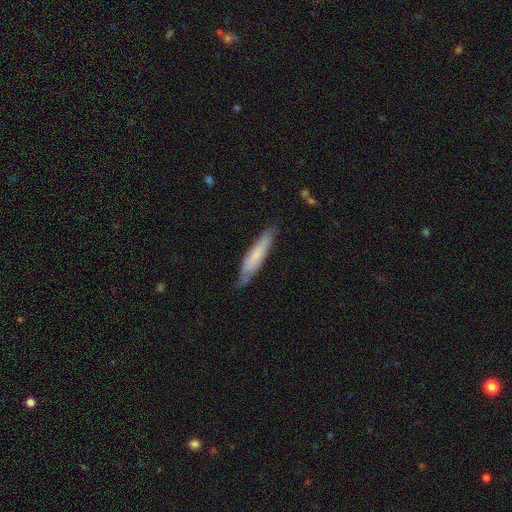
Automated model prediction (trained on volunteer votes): A smooth galaxy with no disk features (61%) that is cigar-shaped (85%). Merging: none (75%).